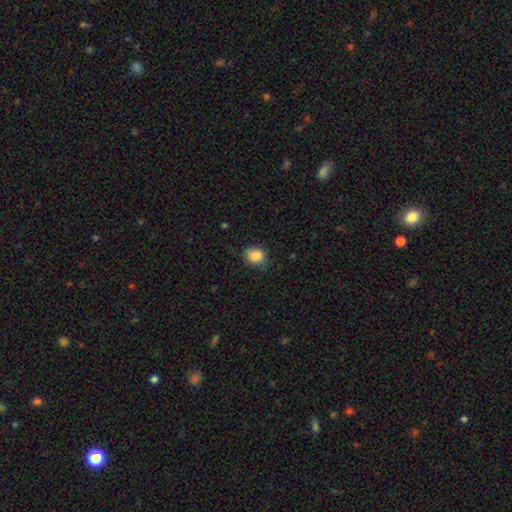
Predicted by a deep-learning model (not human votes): Q: Smooth or featured?
A: smooth (86%); runner-up: star or artifact (9%)
Q: How rounded?
A: round (63%); runner-up: in between (36%)
Q: Merging?
A: none (77%); runner-up: minor disturbance (19%)